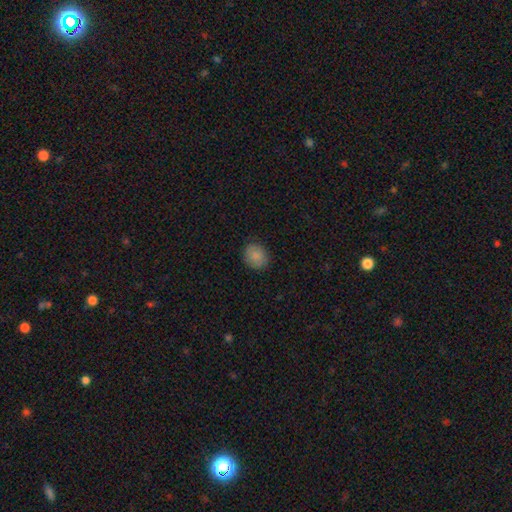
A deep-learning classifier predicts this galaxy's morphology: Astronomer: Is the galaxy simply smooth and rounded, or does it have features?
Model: smooth — 86%.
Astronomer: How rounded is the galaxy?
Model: round — 69%.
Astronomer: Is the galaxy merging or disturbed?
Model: none — 85%.